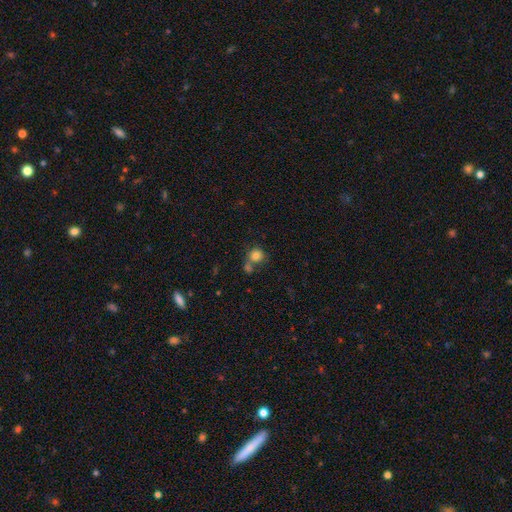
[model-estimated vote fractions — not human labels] This appears to be a smooth galaxy with no disk features (81%) that is round (86%). Merging: none (55%).